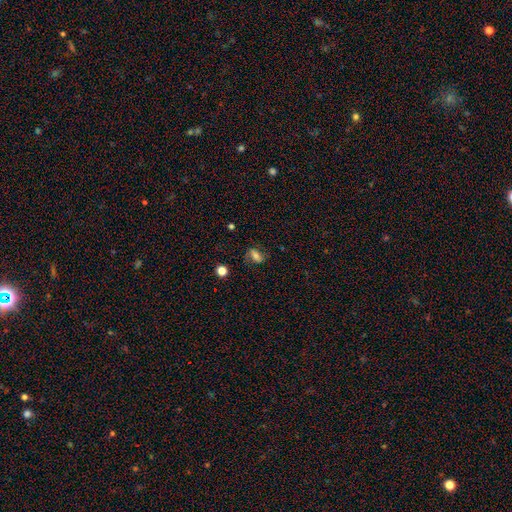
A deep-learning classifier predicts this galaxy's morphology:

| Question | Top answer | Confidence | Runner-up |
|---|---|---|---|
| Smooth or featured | smooth | 51% | featured or disk (37%) |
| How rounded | in between | 74% | round (20%) |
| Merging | none | 69% | minor disturbance (20%) |